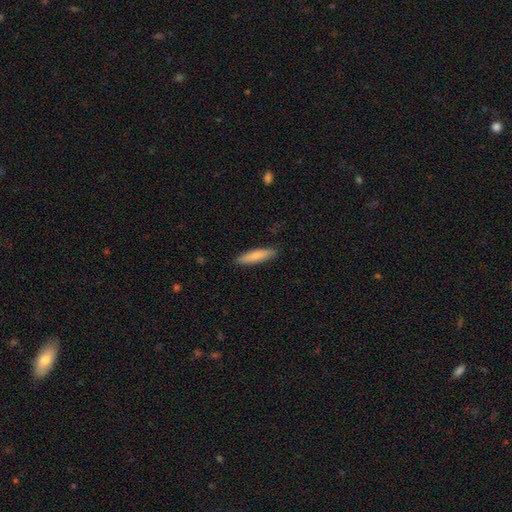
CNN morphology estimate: Q: Smooth or featured?
A: smooth (81%); runner-up: featured or disk (13%)
Q: How rounded?
A: cigar-shaped (81%); runner-up: in between (17%)
Q: Merging?
A: none (89%); runner-up: minor disturbance (9%)